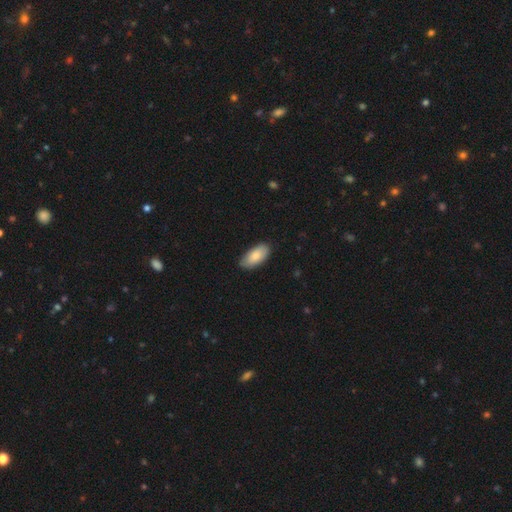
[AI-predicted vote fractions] Morphology: type=smooth (85%); roundness=in between (93%); merging=none (84%).